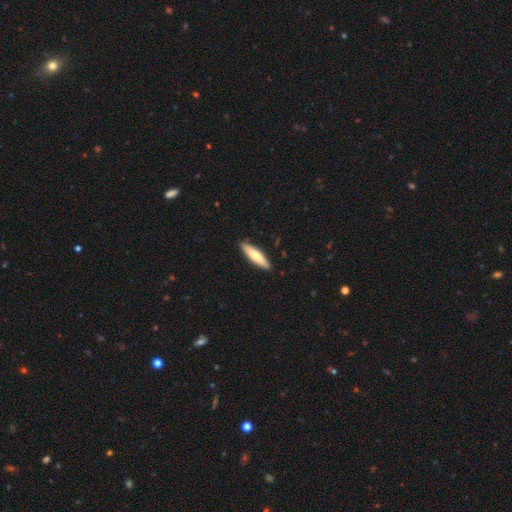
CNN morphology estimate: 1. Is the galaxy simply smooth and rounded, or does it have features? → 66% smooth, 29% featured or disk, 5% star or artifact.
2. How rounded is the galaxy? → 74% cigar-shaped, 25% in between, 2% round.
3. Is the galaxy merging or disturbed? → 90% none, 8% minor disturbance, 1% major disturbance, 1% merger.